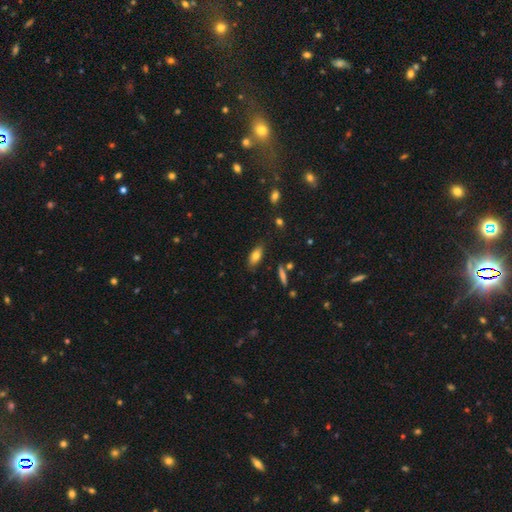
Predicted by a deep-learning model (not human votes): A smooth galaxy with no disk features (77%) that is in between round and cigar-shaped (81%). Merging: none (81%).